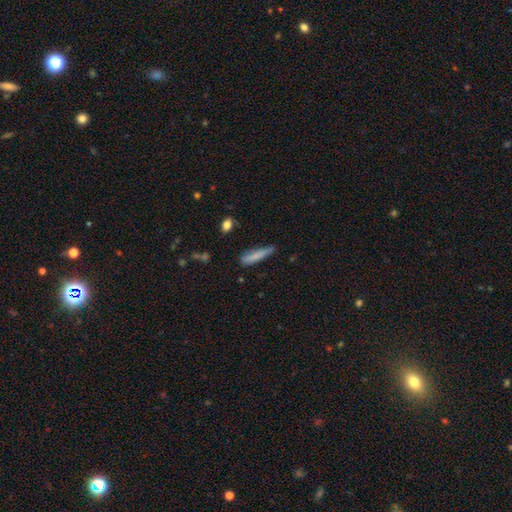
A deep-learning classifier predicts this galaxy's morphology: Smooth or featured?
  - smooth: 76% *
  - featured or disk: 17%
  - star or artifact: 7%
How rounded?
  - cigar-shaped: 88% *
  - in between: 11%
  - round: 2%
Merging?
  - none: 65% *
  - minor disturbance: 27%
  - major disturbance: 5%
  - merger: 3%